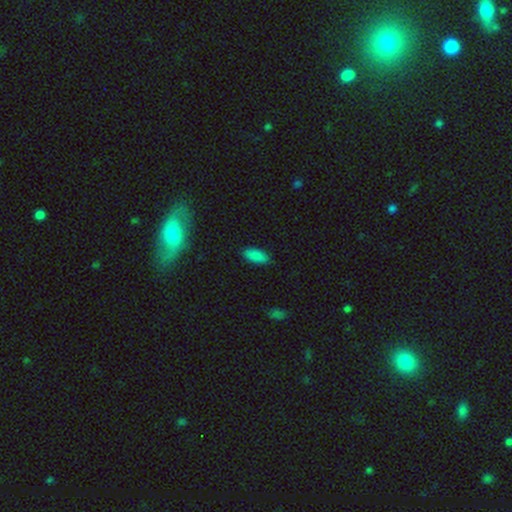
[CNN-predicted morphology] Overall: smooth (86%). How rounded: in between (89%). Merging: none (87%).